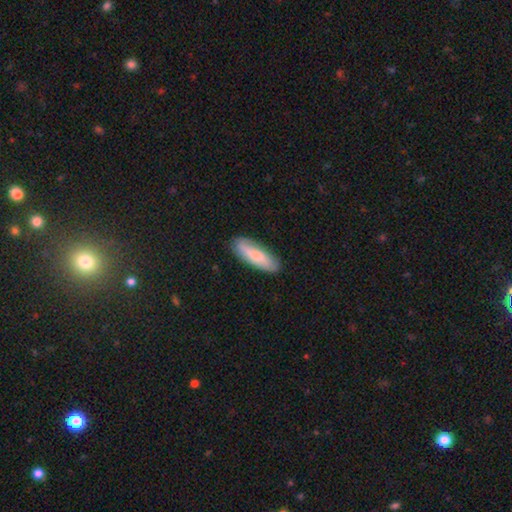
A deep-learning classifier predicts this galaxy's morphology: The model was most divided on "how rounded": cigar-shaped: 55%, in between: 44%, round: 2%. More confident: merging — none (84%); smooth or featured — smooth (79%).